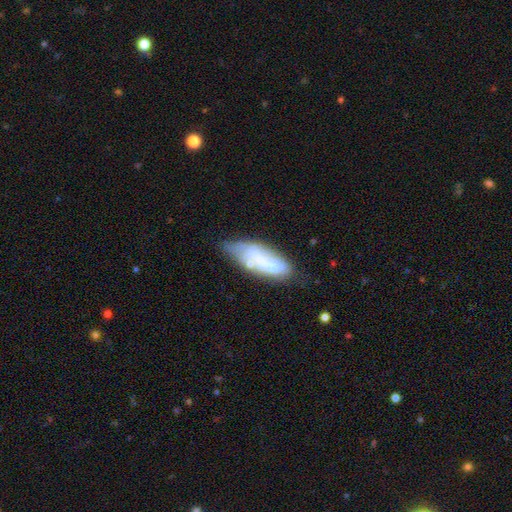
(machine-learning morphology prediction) Overall: featured or disk (47%; smooth 44%). Merging: none (51%; minor disturbance 27%).